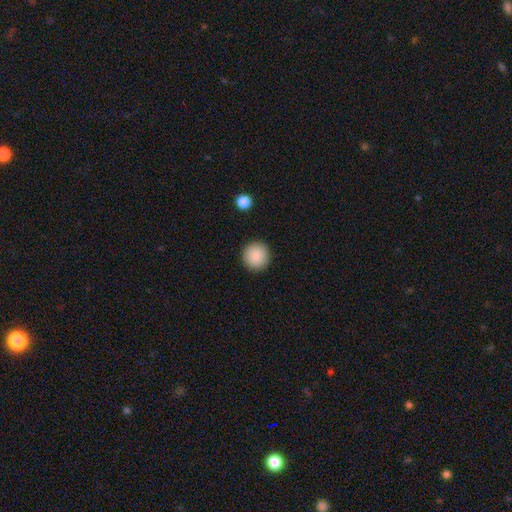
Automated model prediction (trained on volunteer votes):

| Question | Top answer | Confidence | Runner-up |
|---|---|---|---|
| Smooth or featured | smooth | 89% | star or artifact (7%) |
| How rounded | round | 95% | in between (4%) |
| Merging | none | 93% | minor disturbance (5%) |